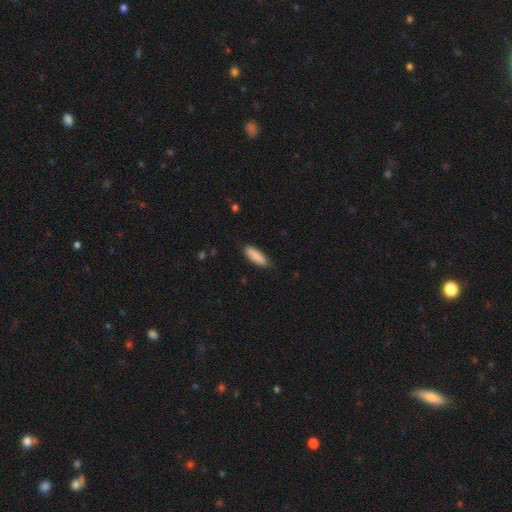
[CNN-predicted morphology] Smooth or featured? smooth (88%)
How rounded? cigar-shaped (50%)
Merging? none (79%)